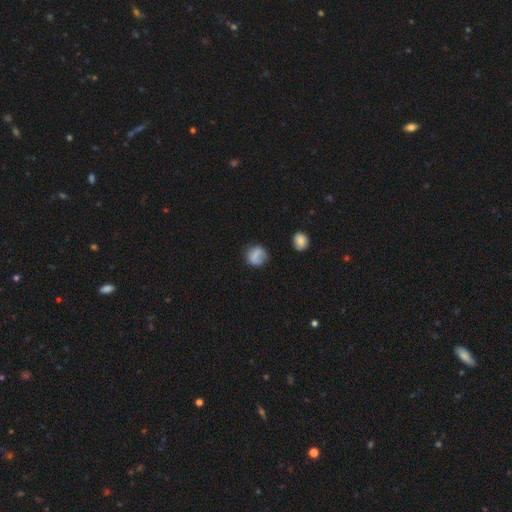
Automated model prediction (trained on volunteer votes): Smooth or featured?
  - smooth: 74% *
  - featured or disk: 17%
  - star or artifact: 10%
How rounded?
  - round: 80% *
  - in between: 18%
  - cigar-shaped: 1%
Merging?
  - none: 67% *
  - minor disturbance: 21%
  - major disturbance: 9%
  - merger: 3%